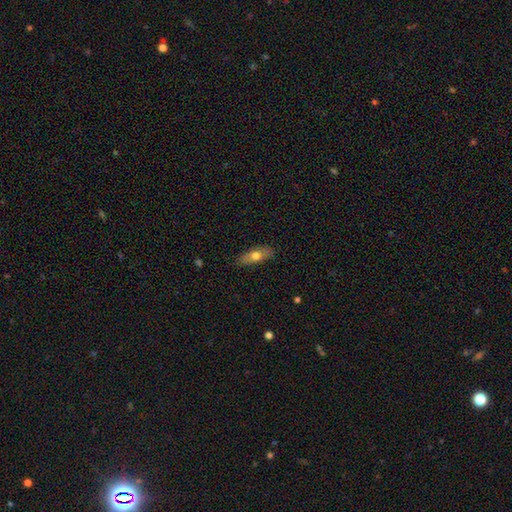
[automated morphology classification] type=smooth (65%); roundness=in between (66%); merging=none (85%).